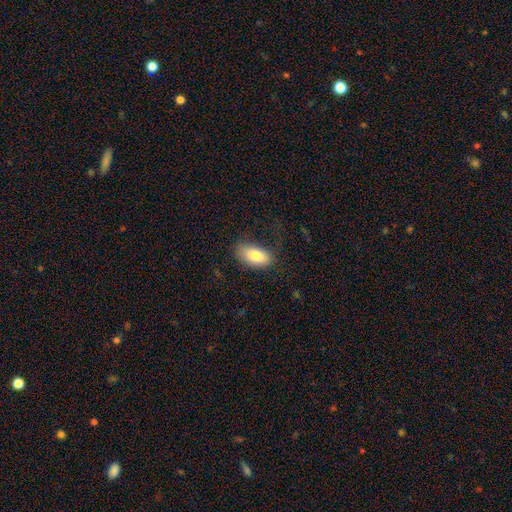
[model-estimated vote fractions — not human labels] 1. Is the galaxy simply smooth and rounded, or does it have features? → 80% smooth, 12% featured or disk, 7% star or artifact.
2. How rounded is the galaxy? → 93% in between, 4% round, 4% cigar-shaped.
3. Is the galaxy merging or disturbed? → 71% none, 20% minor disturbance, 8% major disturbance, 1% merger.